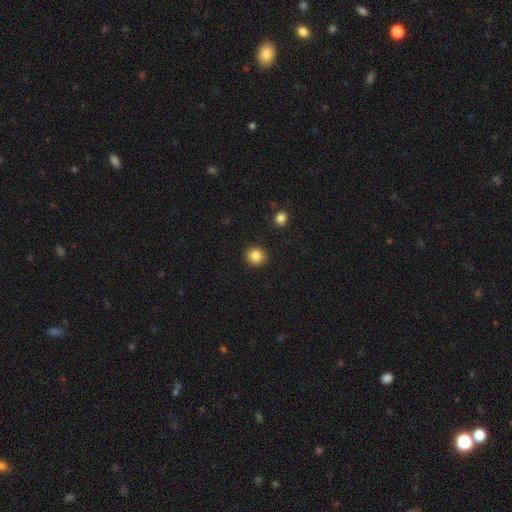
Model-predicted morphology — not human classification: smooth 85%, star or artifact 10%, featured or disk 5%. Down the decision tree: how rounded — round (91%); merging — none (92%).